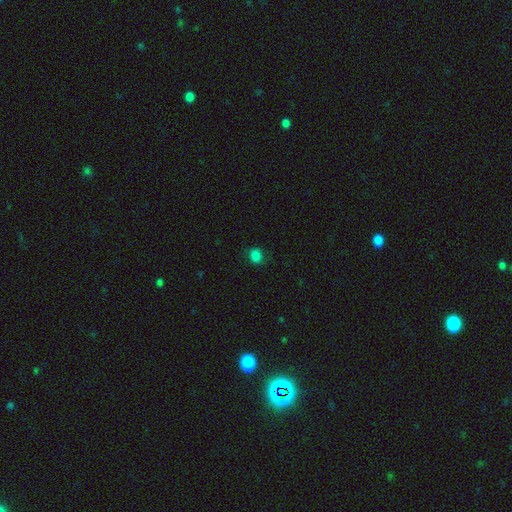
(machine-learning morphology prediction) This appears to be a smooth galaxy with no disk features (82%) that is round (57%). Merging: none (81%).